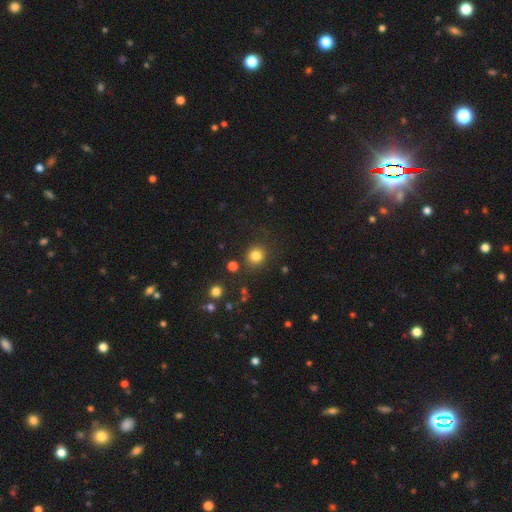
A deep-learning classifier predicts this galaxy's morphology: Overall: smooth (82%). How rounded: round (88%). Merging: none (84%).